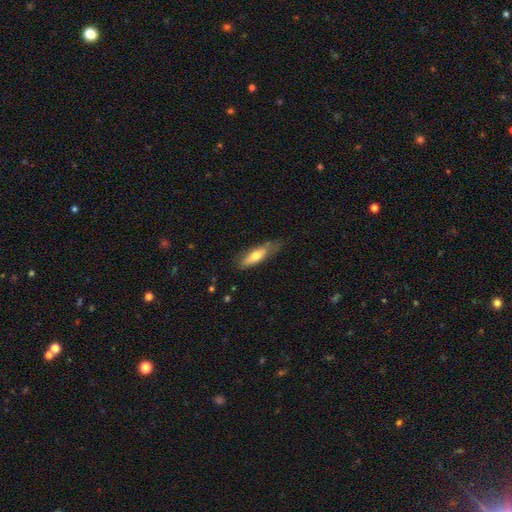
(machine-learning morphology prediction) A smooth galaxy with no disk features (62%) that is cigar-shaped (53%).

Vote fractions:
- Smooth or featured? smooth: 62% / featured or disk: 32% / star or artifact: 6%
- How rounded? cigar-shaped: 53% / in between: 46% / round: 2%
- Merging? none: 62% / minor disturbance: 28% / major disturbance: 8% / merger: 2%